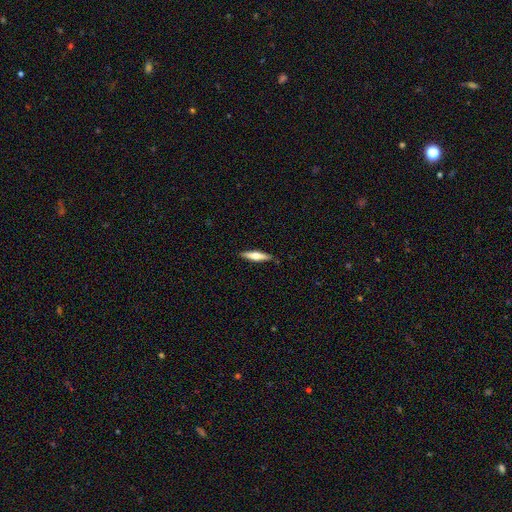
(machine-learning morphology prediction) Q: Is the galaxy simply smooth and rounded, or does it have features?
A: smooth — 53%.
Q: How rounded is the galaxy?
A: cigar-shaped — 78%.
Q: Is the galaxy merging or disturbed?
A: none — 88%.